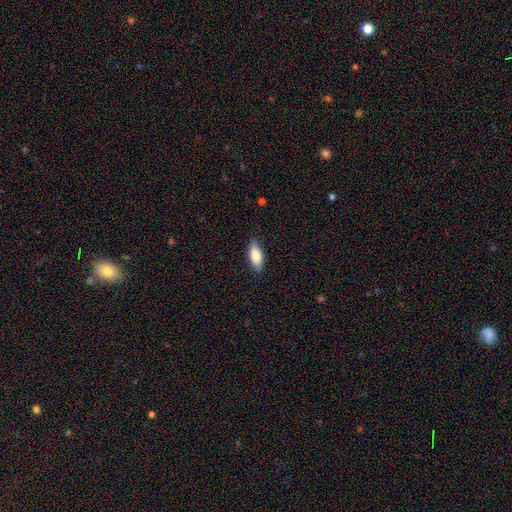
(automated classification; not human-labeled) Morphology: type=smooth (81%); roundness=in between (77%); merging=none (85%).